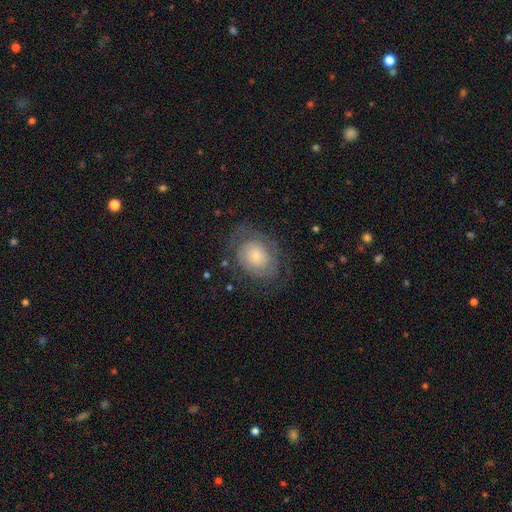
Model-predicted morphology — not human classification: A featured or disk galaxy (45%, tied with smooth). Merging: none (71%).